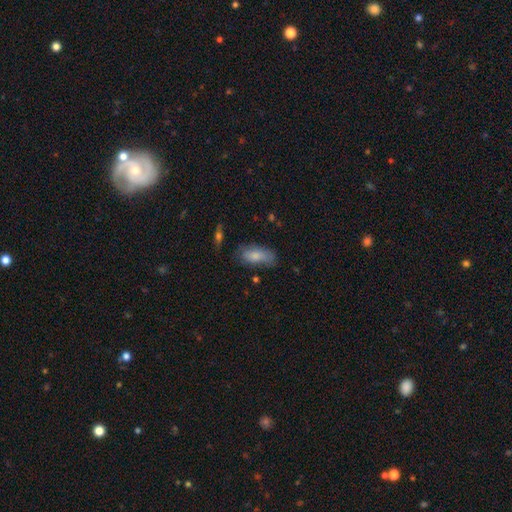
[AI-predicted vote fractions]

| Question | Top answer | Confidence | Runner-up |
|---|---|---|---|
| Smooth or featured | smooth | 80% | featured or disk (13%) |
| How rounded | in between | 82% | cigar-shaped (15%) |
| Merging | none | 61% | minor disturbance (27%) |